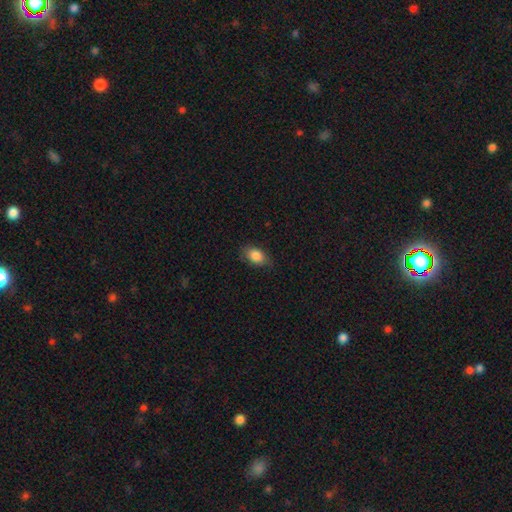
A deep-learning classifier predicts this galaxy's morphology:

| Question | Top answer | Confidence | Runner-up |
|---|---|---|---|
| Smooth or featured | smooth | 85% | featured or disk (8%) |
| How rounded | in between | 85% | round (13%) |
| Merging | none | 75% | minor disturbance (19%) |